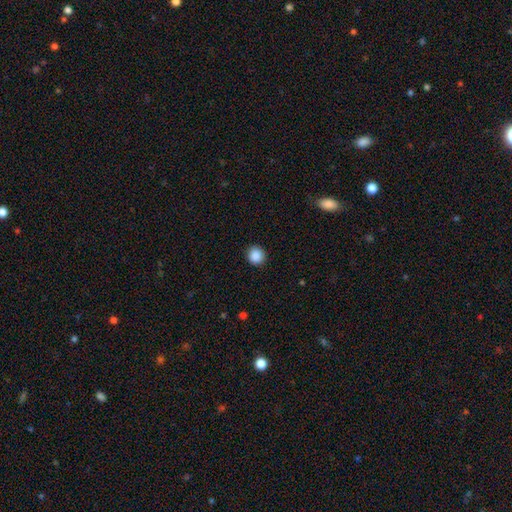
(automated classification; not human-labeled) This appears to be a smooth galaxy with no disk features (88%) that is round (90%). Merging: none (91%).